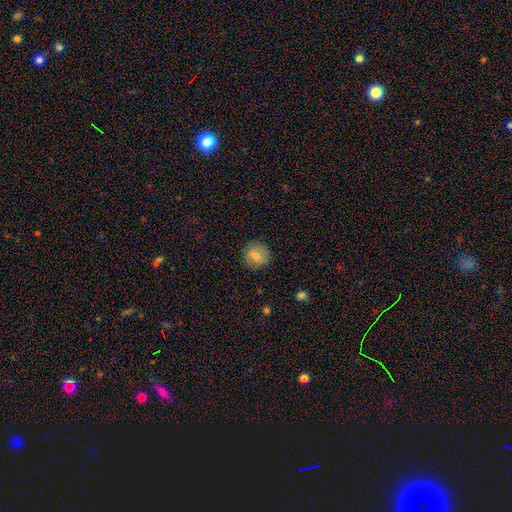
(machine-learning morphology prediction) This is likely a smooth galaxy (70%). How rounded: clearly round (84%). Merging: clearly none (86%).